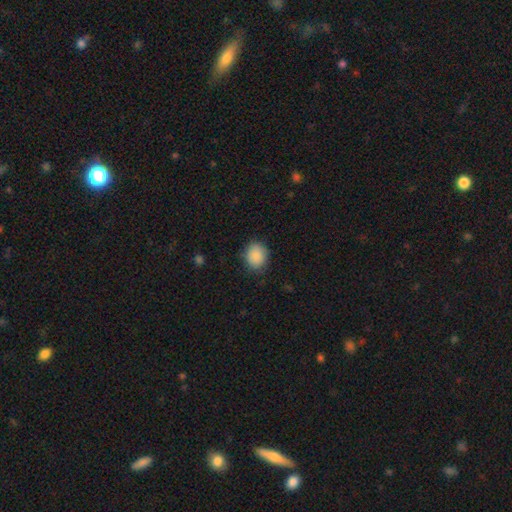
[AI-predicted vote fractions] smooth-or-featured: smooth: 87% | star or artifact: 8% | featured or disk: 5%
  how-rounded: round: 61% | in between: 38% | cigar-shaped: 1%
  merging: none: 80% | minor disturbance: 15% | major disturbance: 4% | merger: 1%